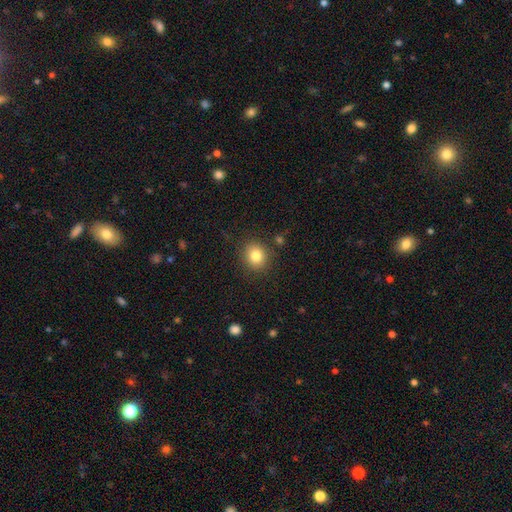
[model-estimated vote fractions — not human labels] Q: Smooth or featured?
A: smooth (82%); runner-up: star or artifact (11%)
Q: How rounded?
A: round (84%); runner-up: in between (15%)
Q: Merging?
A: none (87%); runner-up: minor disturbance (8%)